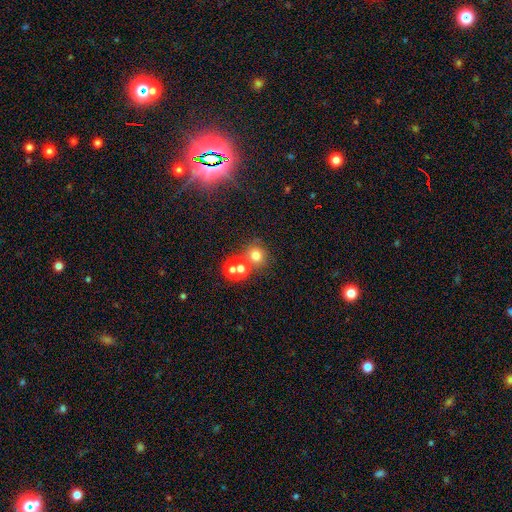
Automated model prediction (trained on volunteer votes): Smooth or featured: smooth — 70% (star or artifact — 19%)
How rounded: round — 85% (in between — 14%)
Merging: none — 58% (merger — 30%)